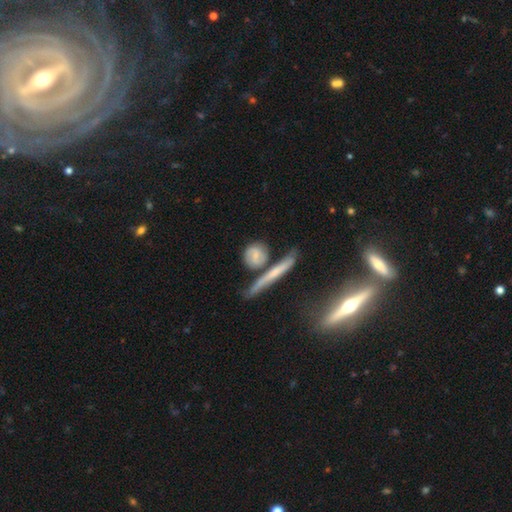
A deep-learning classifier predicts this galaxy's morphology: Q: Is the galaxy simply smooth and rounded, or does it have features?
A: smooth — 47%.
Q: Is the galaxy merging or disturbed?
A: none — 59%.